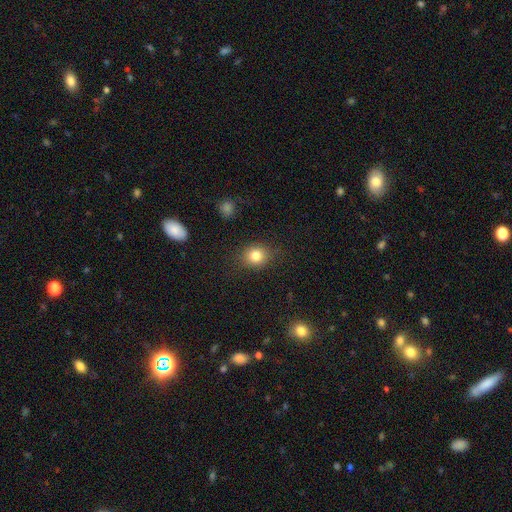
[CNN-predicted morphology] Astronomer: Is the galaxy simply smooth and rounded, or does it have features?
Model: smooth — 81%.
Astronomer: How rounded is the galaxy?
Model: round — 71%.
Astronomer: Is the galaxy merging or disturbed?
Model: none — 82%.